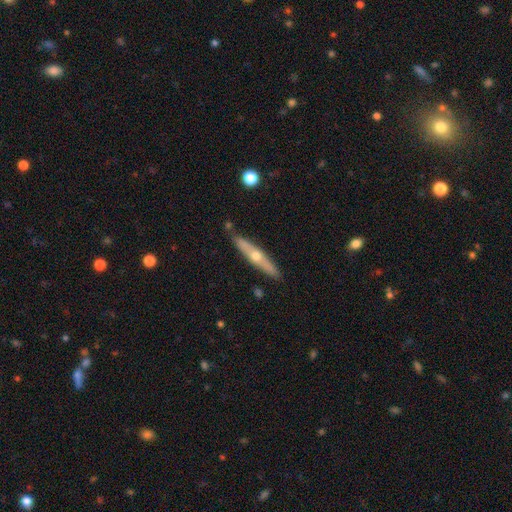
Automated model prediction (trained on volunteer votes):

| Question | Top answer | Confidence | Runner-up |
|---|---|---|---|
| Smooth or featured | featured or disk | 61% | smooth (34%) |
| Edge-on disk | yes | 90% | no (10%) |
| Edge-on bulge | rounded | 87% | none (11%) |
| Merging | none | 85% | minor disturbance (10%) |